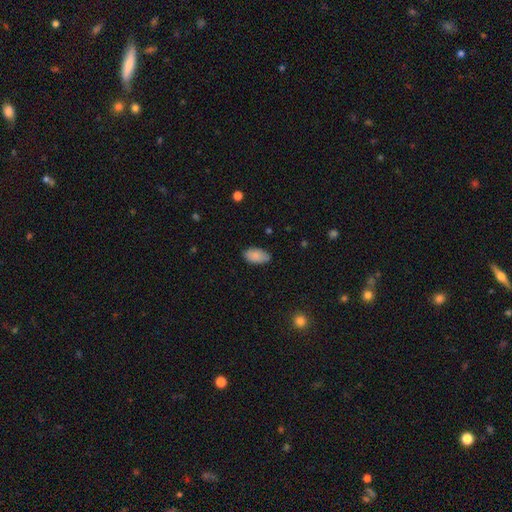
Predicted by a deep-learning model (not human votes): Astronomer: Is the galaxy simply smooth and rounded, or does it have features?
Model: smooth — 88%.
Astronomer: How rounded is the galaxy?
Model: in between — 94%.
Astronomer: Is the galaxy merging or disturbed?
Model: none — 80%.